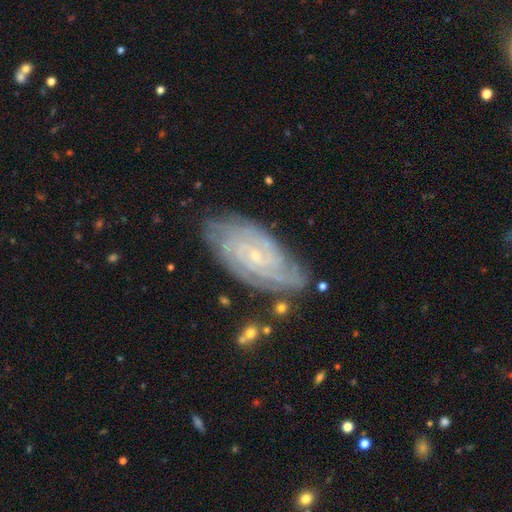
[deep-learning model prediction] smooth-or-featured: featured or disk: 86% | smooth: 7% | star or artifact: 6%
  disk-edge-on: no: 95% | yes: 5%
    bar: no: 61% | weak: 31% | strong: 8%
    has-spiral-arms: yes: 98% | no: 2%
      spiral-winding: tight: 78% | medium: 19% | loose: 3%
      spiral-arm-count: can't tell: 26% | 4: 22% | 3: 19% | 2: 18% | more than 4: 9% | 1: 6%
    bulge-size: small: 83% | moderate: 12% | none: 3% | large: 1% | dominant: 1%
  merging: none: 75% | minor disturbance: 18% | major disturbance: 4% | merger: 2%